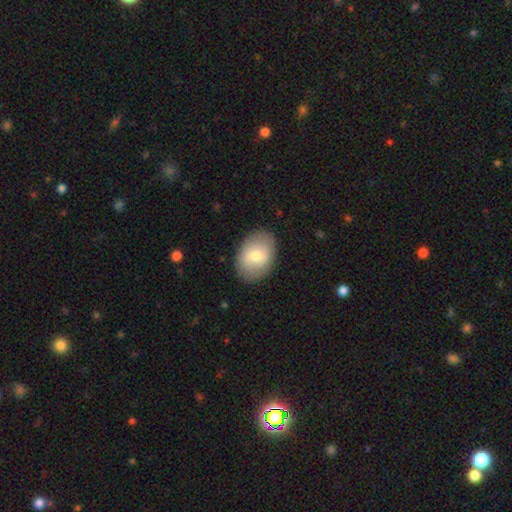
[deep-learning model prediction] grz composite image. It shows a smooth galaxy with no disk features (69%) that is in between round and cigar-shaped (78%). Merging: none (84%).